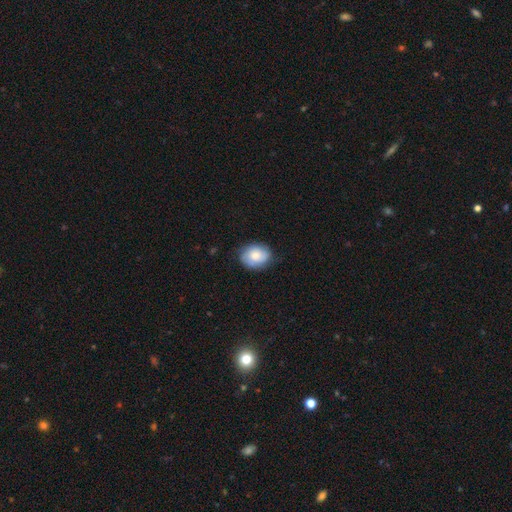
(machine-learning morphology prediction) A smooth galaxy with no disk features (65%) that is in between round and cigar-shaped (53%). Merging: none (75%).